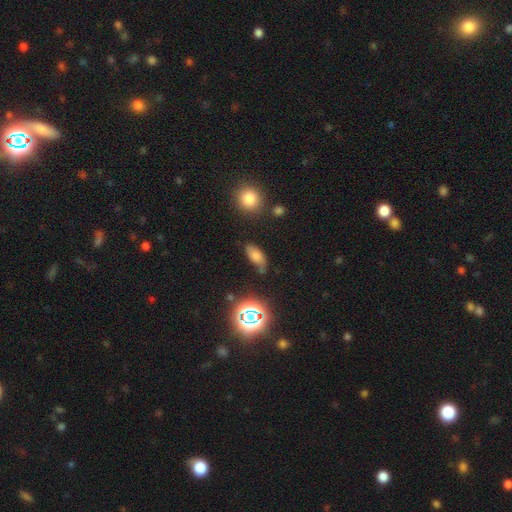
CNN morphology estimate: Overall: smooth (68%). How rounded: in between (84%). Merging: none (64%; minor disturbance 24%).